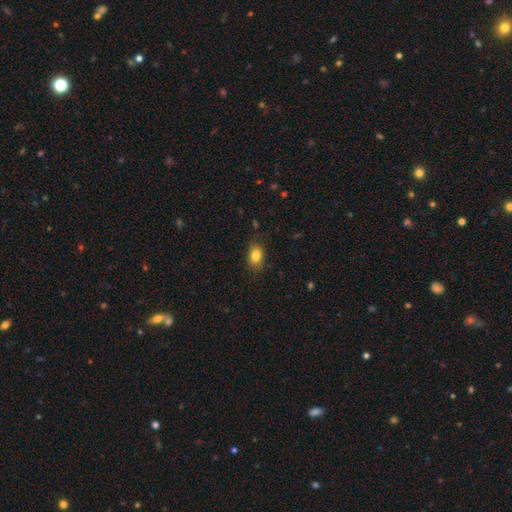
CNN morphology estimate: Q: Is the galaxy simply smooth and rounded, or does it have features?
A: smooth — 82%.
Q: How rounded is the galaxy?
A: in between — 76%.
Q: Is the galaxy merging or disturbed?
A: none — 84%.